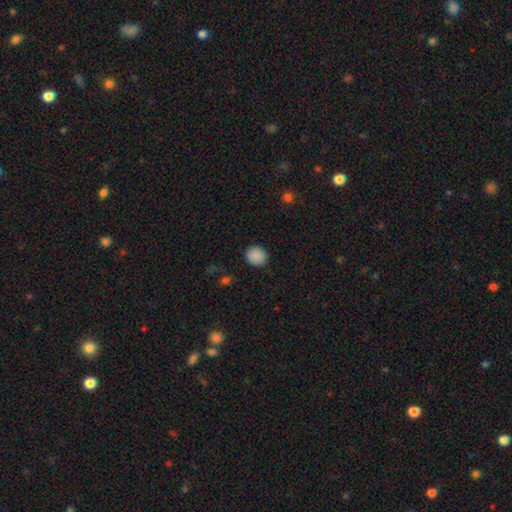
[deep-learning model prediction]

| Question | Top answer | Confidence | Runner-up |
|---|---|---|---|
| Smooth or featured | smooth | 89% | star or artifact (8%) |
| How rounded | round | 84% | in between (15%) |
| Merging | none | 89% | minor disturbance (8%) |